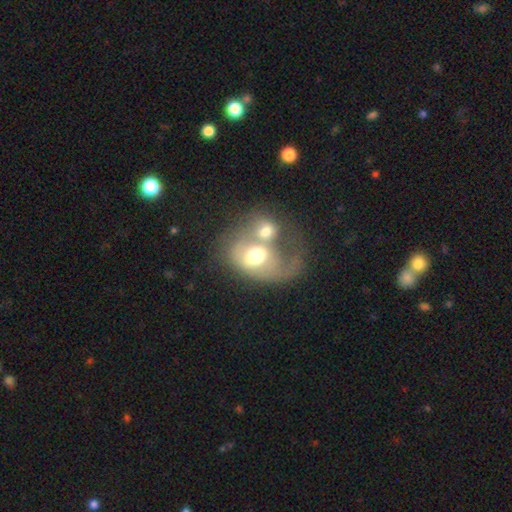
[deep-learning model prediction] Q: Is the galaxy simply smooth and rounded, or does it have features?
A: featured or disk — 47%.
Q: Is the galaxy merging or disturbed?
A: merger — 71%.